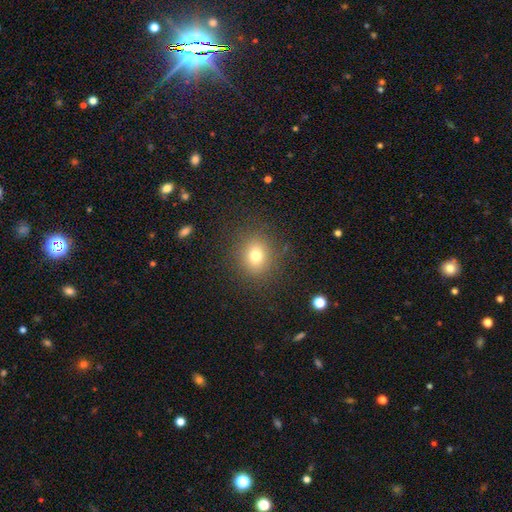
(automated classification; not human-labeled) smooth 75%, star or artifact 15%, featured or disk 10%. Down the decision tree: how rounded — round (75%); merging — none (86%).